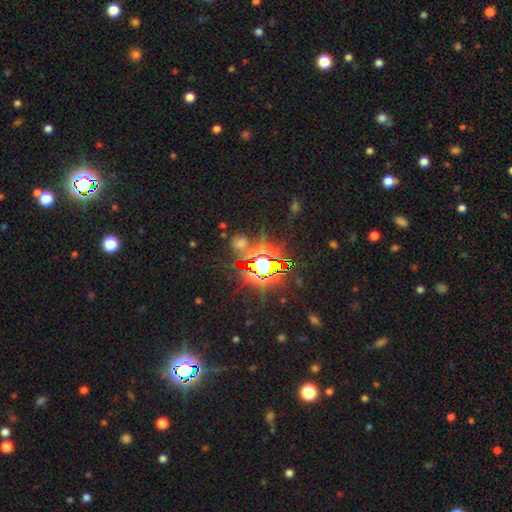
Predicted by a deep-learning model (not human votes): Morphology: type=star or artifact (85%).